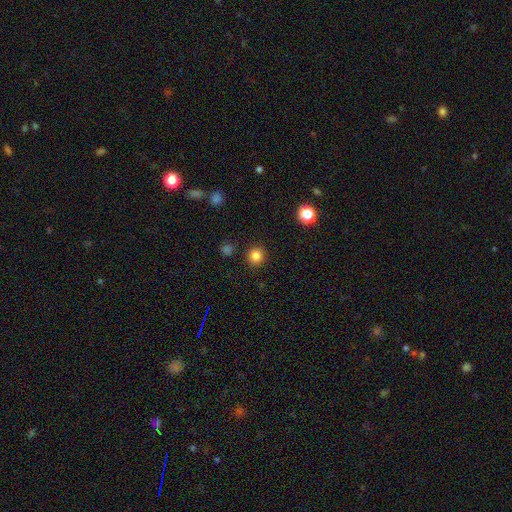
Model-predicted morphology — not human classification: Smooth or featured? Predicted: smooth (p=0.84). How rounded? Predicted: round (p=0.93). Merging? Predicted: none (p=0.90).